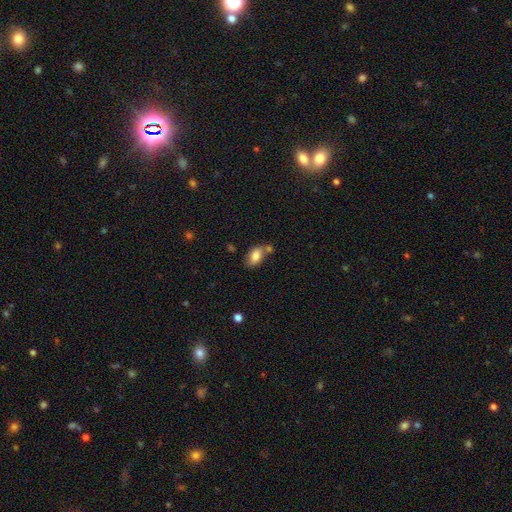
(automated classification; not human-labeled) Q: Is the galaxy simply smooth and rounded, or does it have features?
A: smooth — 78%.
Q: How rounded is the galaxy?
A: in between — 90%.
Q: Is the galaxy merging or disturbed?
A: none — 54%.